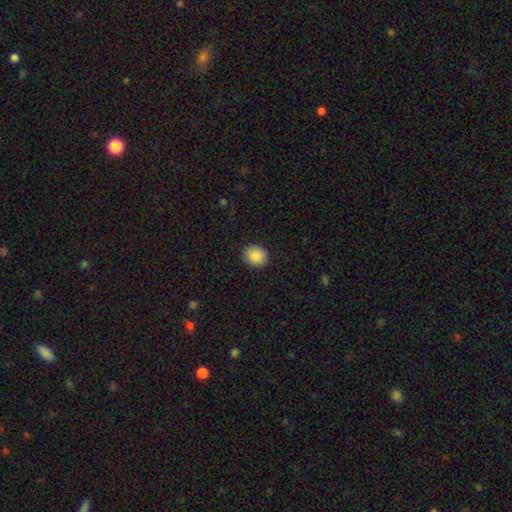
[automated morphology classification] Smooth or featured?
  - smooth: 87% *
  - star or artifact: 8%
  - featured or disk: 4%
How rounded?
  - round: 71% *
  - in between: 28%
  - cigar-shaped: 1%
Merging?
  - none: 90% *
  - minor disturbance: 7%
  - major disturbance: 2%
  - merger: 1%